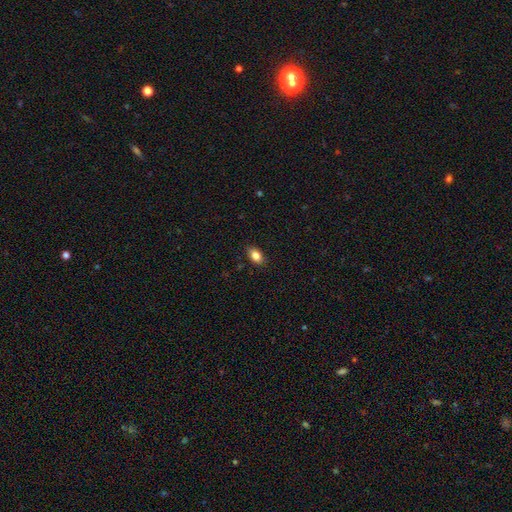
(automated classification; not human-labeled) This is clearly a smooth galaxy (84%). How rounded: clearly in between (87%). Merging: clearly none (87%).